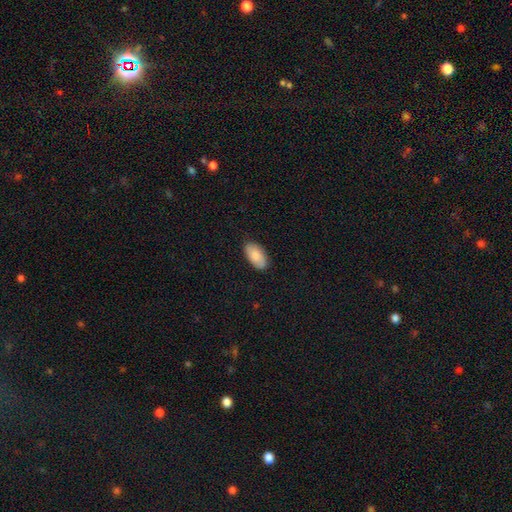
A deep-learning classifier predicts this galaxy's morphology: This appears to be a smooth galaxy with no disk features (83%) that is in between round and cigar-shaped (95%). Merging: none (86%).